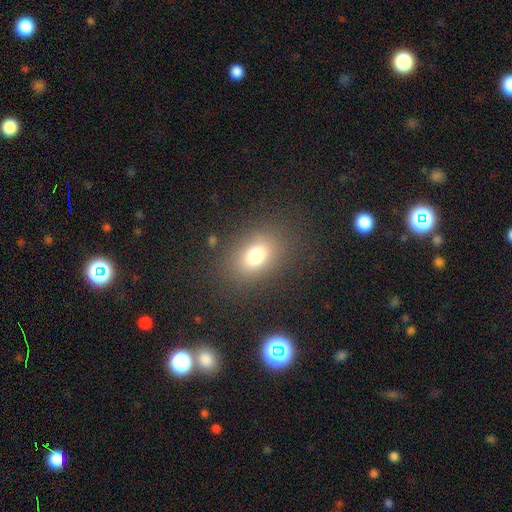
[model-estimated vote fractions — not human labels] The model was most divided on "how rounded": in between: 69%, round: 30%, cigar-shaped: 1%. More confident: merging — none (84%); smooth or featured — smooth (75%).